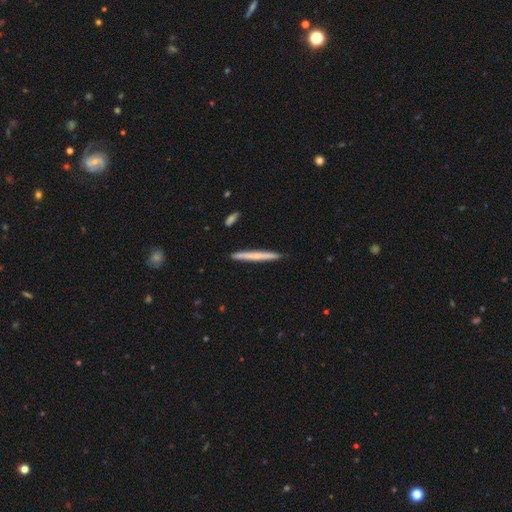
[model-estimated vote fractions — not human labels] Morphology: type=smooth (58%); roundness=cigar-shaped (97%); merging=none (92%).